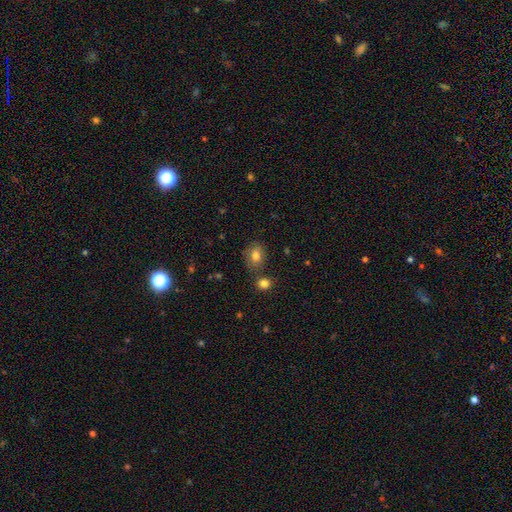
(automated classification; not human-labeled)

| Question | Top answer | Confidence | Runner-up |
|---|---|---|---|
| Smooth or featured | smooth | 80% | star or artifact (10%) |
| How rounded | in between | 61% | round (37%) |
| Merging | none | 73% | minor disturbance (15%) |